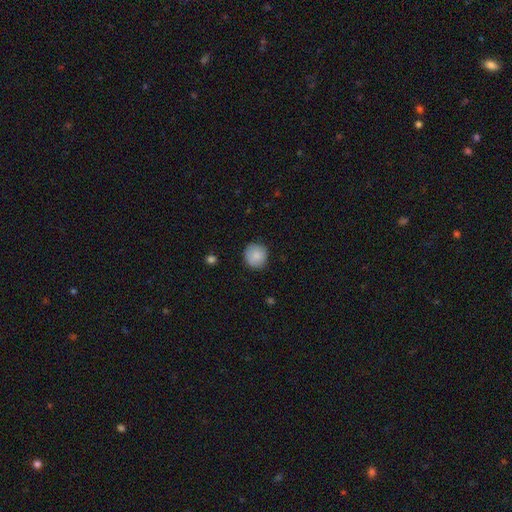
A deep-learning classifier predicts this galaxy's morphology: smooth-or-featured: smooth: 86% | star or artifact: 8% | featured or disk: 6%
  how-rounded: round: 93% | in between: 6% | cigar-shaped: 1%
  merging: none: 88% | minor disturbance: 9% | major disturbance: 2% | merger: 1%